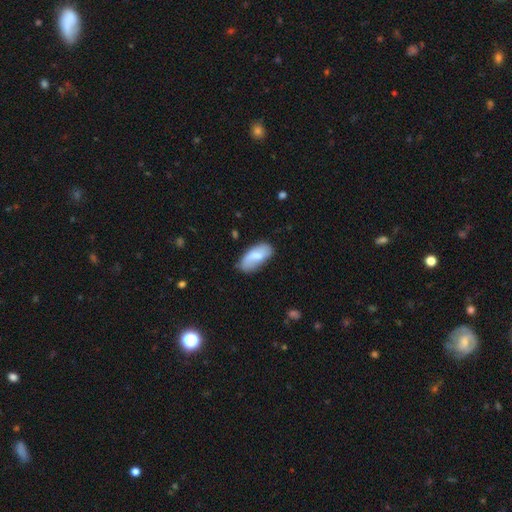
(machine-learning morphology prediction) A smooth galaxy with no disk features (67%) that is in between round and cigar-shaped (93%).

Vote fractions:
- Smooth or featured? smooth: 67% / featured or disk: 27% / star or artifact: 6%
- How rounded? in between: 93% / cigar-shaped: 5% / round: 2%
- Merging? none: 62% / minor disturbance: 27% / major disturbance: 8% / merger: 3%